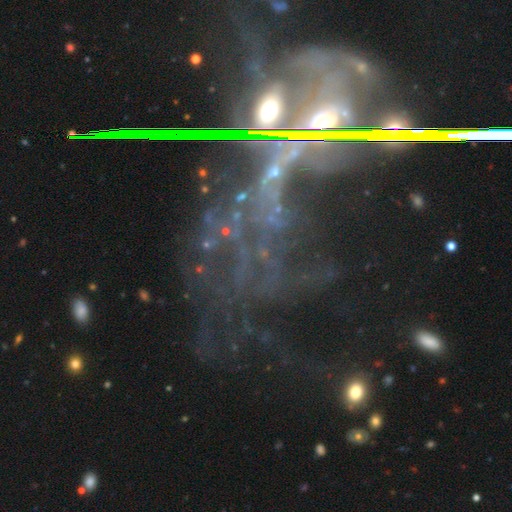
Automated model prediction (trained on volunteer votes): Smooth or featured: star or artifact — 54% (featured or disk — 35%)